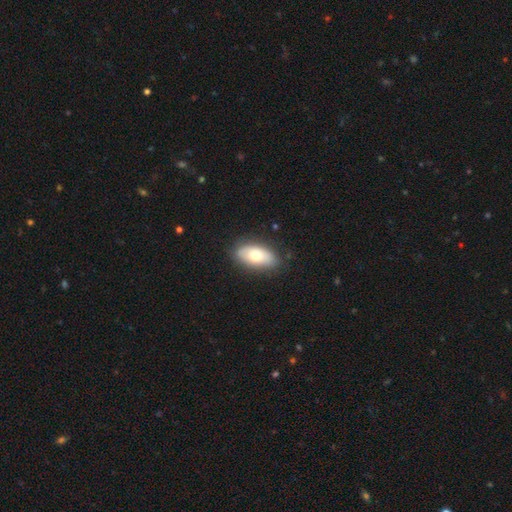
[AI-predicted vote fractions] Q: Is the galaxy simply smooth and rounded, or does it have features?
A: smooth — 67%.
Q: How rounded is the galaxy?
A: in between — 92%.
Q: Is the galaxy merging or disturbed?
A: none — 83%.